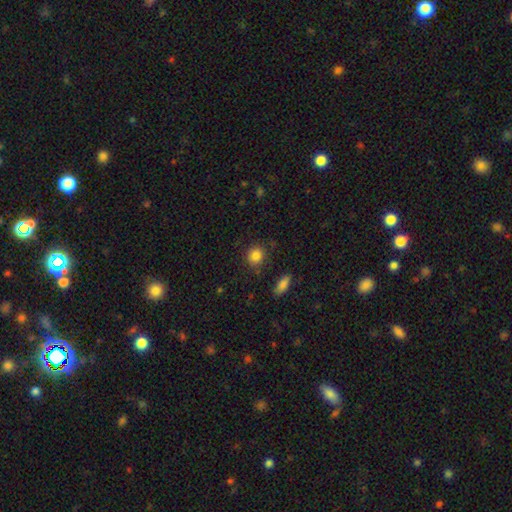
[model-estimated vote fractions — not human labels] Smooth or featured?
  - smooth: 85% *
  - star or artifact: 10%
  - featured or disk: 5%
How rounded?
  - round: 83% *
  - in between: 16%
  - cigar-shaped: 1%
Merging?
  - none: 82% *
  - minor disturbance: 11%
  - merger: 3%
  - major disturbance: 3%